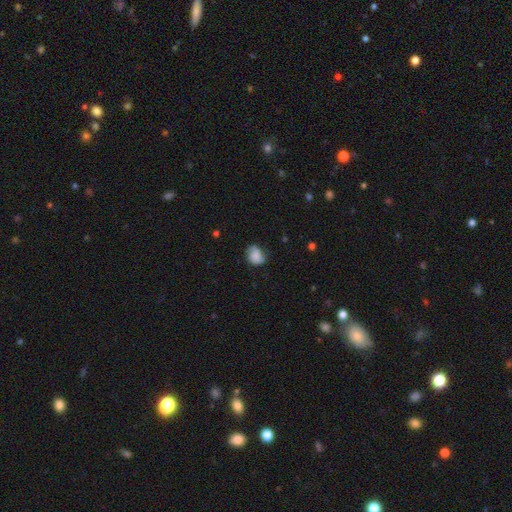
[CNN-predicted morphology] Overall: smooth (61%; featured or disk 31%). How rounded: round (52%; in between 46%). Merging: none (67%).